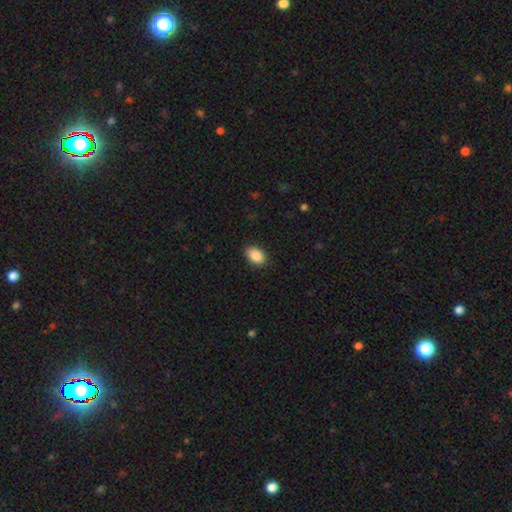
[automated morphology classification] Smooth or featured? smooth (90%)
How rounded? in between (86%)
Merging? none (87%)